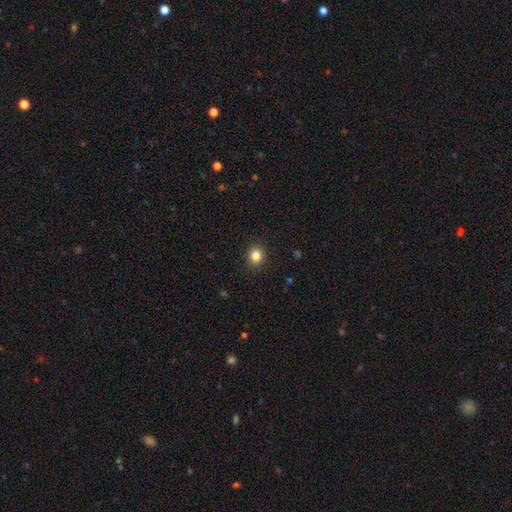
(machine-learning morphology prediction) Smooth or featured?
  - smooth: 84% *
  - star or artifact: 11%
  - featured or disk: 5%
How rounded?
  - round: 76% *
  - in between: 23%
  - cigar-shaped: 1%
Merging?
  - none: 90% *
  - minor disturbance: 7%
  - major disturbance: 2%
  - merger: 1%